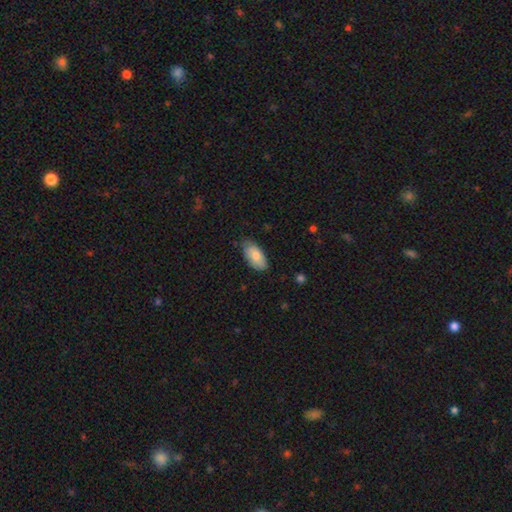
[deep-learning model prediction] A smooth galaxy with no disk features (79%) that is in between round and cigar-shaped (94%). Merging: none (74%).